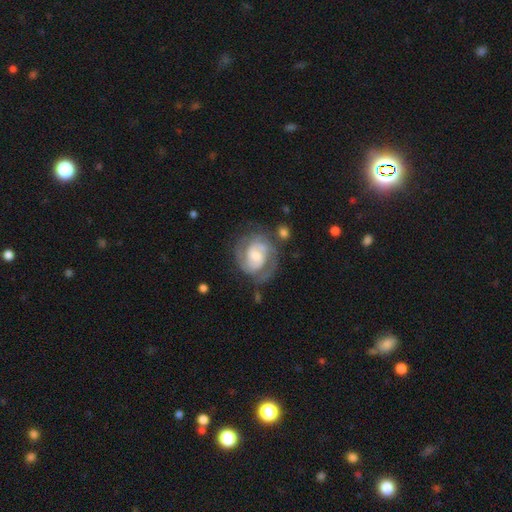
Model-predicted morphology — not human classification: The model was most divided on "bar": weak: 44%, no: 43%, strong: 12%. Remaining: edge-on disk — no (98%); spiral arms — yes (94%); smooth or featured — featured or disk (83%); spiral arm count — 2 (68%); merging — none (66%); spiral winding — tight (54%); bulge size — moderate (46%).